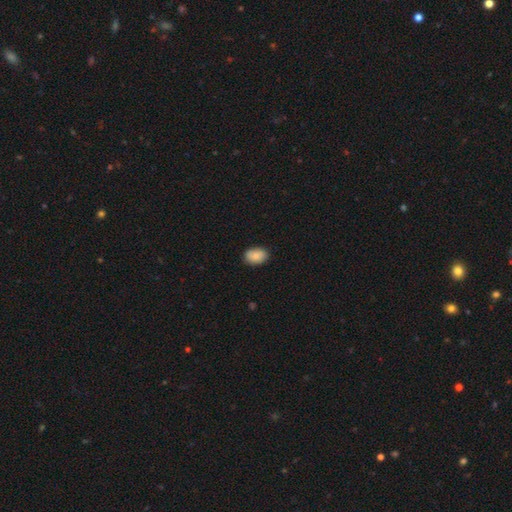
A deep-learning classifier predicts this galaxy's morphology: This is clearly a smooth galaxy (86%). How rounded: clearly in between (86%). Merging: clearly none (86%).